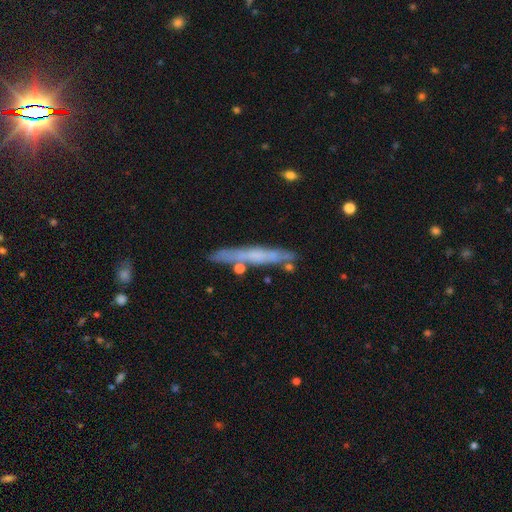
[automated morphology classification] The model was most divided on "smooth or featured": featured or disk: 50%, smooth: 42%, star or artifact: 7%. More confident: edge-on disk — yes (89%); merging — none (79%).